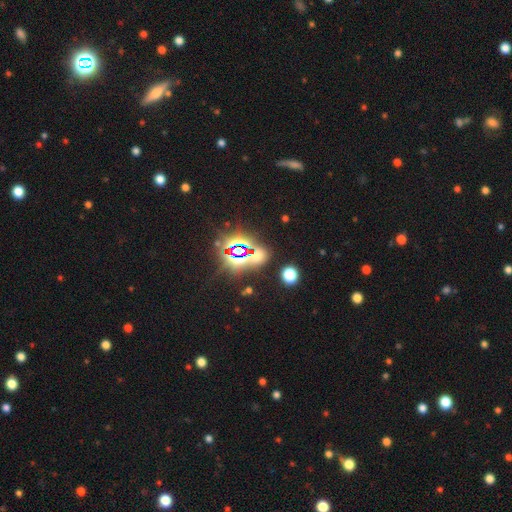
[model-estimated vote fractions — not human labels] The model was most divided on "smooth or featured": star or artifact: 70%, smooth: 22%, featured or disk: 8%.